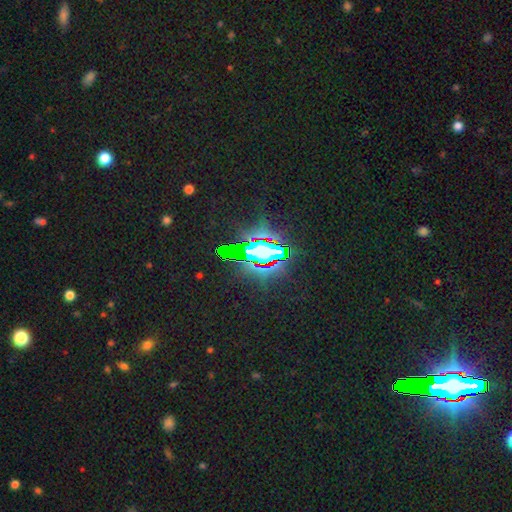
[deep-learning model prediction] Morphology: type=star or artifact (83%).